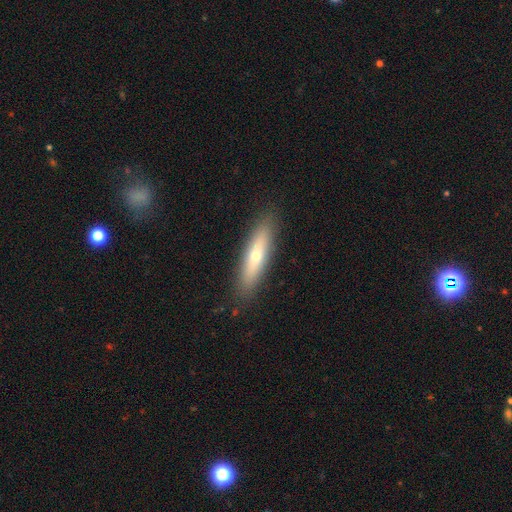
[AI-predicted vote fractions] This is possibly a smooth galaxy (54%). How rounded: likely cigar-shaped (77%). Merging: clearly none (89%).